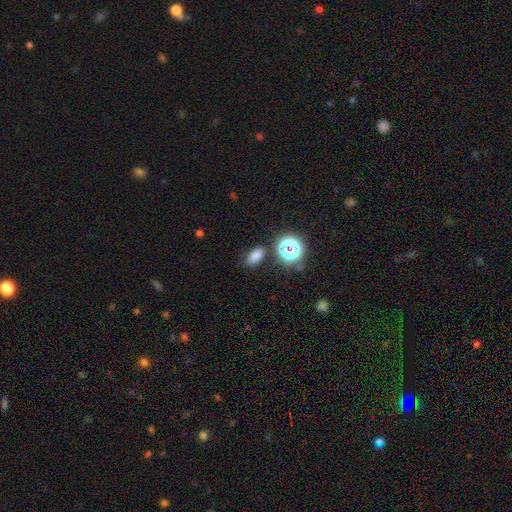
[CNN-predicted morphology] This appears to be a smooth galaxy with no disk features (72%) that is in between round and cigar-shaped (83%). Merging: none (80%).